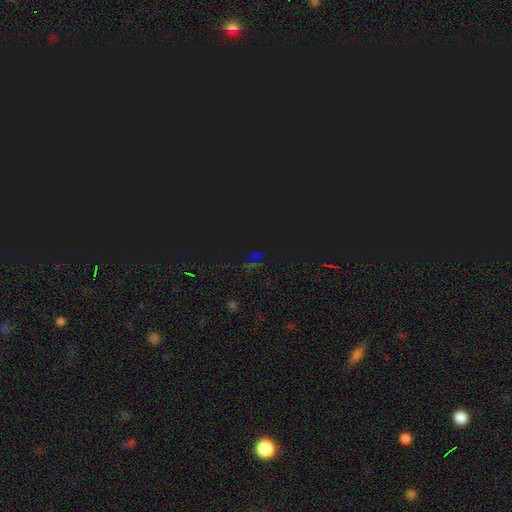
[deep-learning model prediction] smooth_or_featured: star or artifact (p=0.75) [alt: smooth p=0.17]